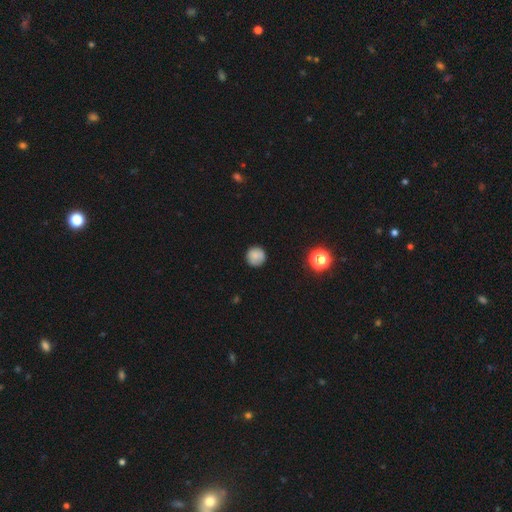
Morphology: type=smooth (92%); roundness=round (100%); merging=none (87%).